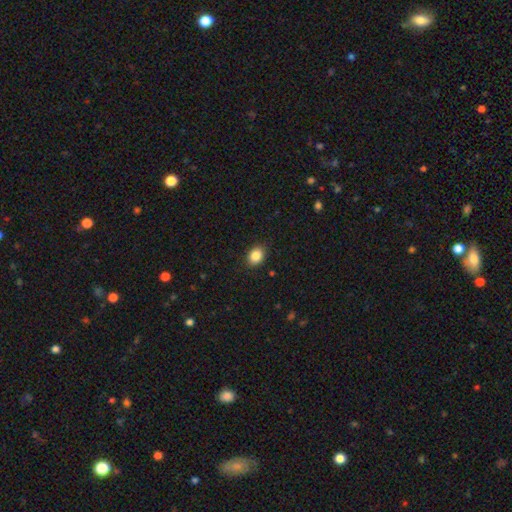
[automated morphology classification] A smooth galaxy with no disk features (87%) that is in between round and cigar-shaped (60%). Merging: none (89%).